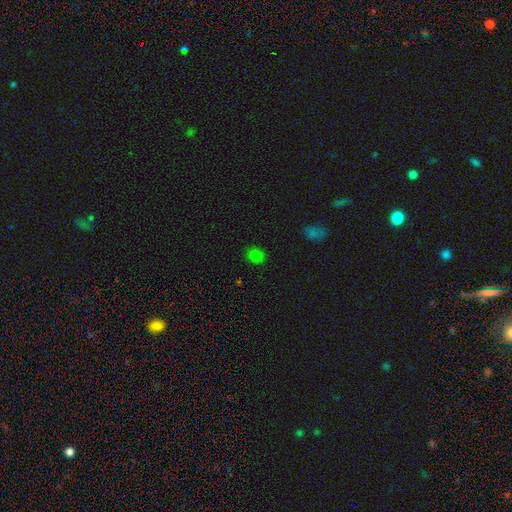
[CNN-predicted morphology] smooth-or-featured: smooth: 79% | star or artifact: 18% | featured or disk: 4%
  how-rounded: round: 63% | in between: 36% | cigar-shaped: 1%
  merging: none: 87% | minor disturbance: 9% | major disturbance: 3% | merger: 2%